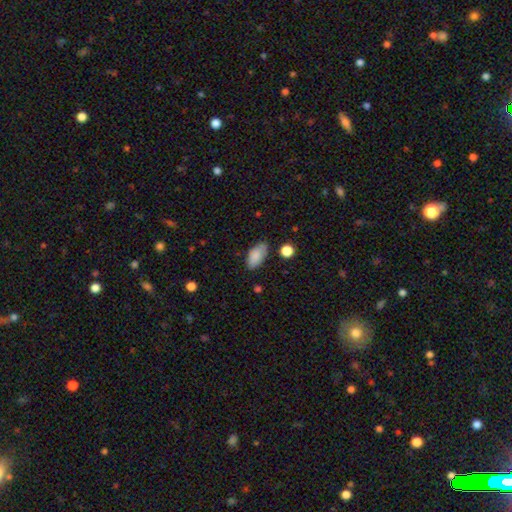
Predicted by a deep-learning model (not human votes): This appears to be a smooth galaxy with no disk features (86%) that is in between round and cigar-shaped (93%). Merging: none (77%).